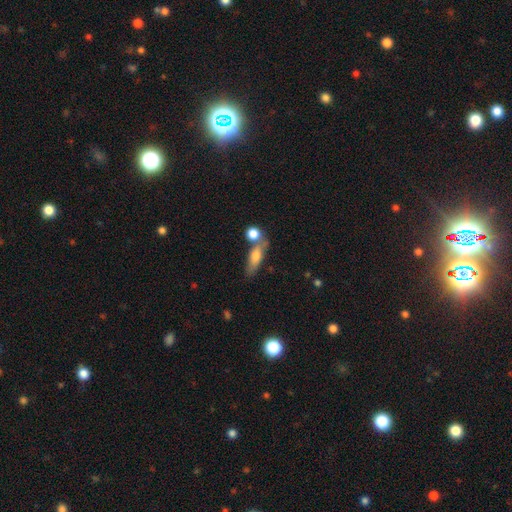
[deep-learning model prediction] Smooth or featured: smooth — 68% (featured or disk — 24%)
How rounded: in between — 53% (cigar-shaped — 39%)
Merging: none — 48% (merger — 29%)